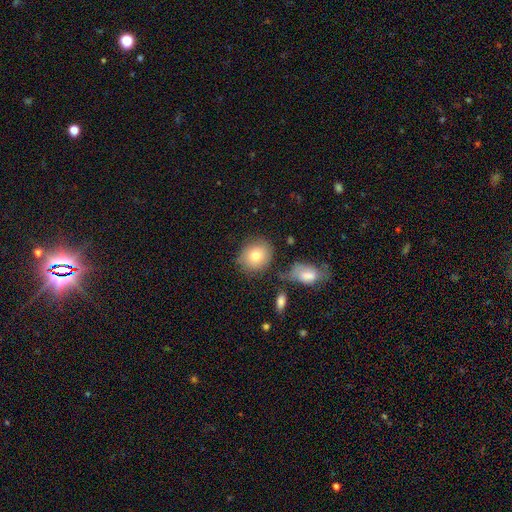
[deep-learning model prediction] Smooth or featured? smooth (78%)
How rounded? round (73%)
Merging? none (73%)